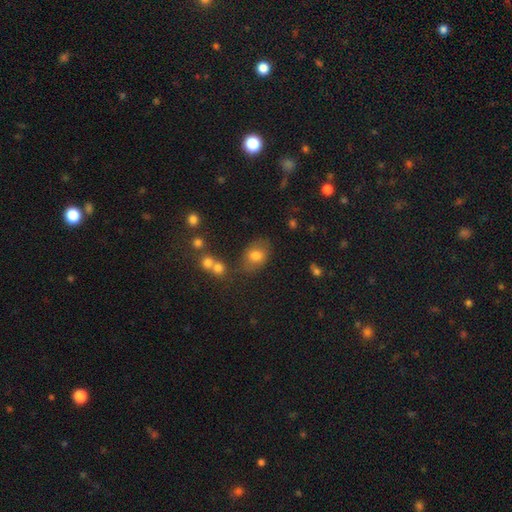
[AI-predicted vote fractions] smooth-or-featured: smooth: 77% | featured or disk: 12% | star or artifact: 11%
  how-rounded: in between: 62% | round: 36% | cigar-shaped: 1%
  merging: none: 68% | minor disturbance: 18% | merger: 8% | major disturbance: 6%